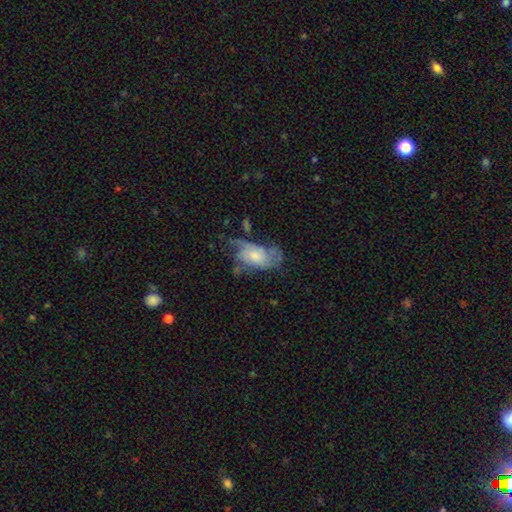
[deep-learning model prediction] smooth_or_featured: featured or disk (p=0.52) [alt: smooth p=0.41]
disk_edge_on: no (p=0.95) [alt: yes p=0.05]
merging: major disturbance (p=0.35) [alt: none p=0.32]